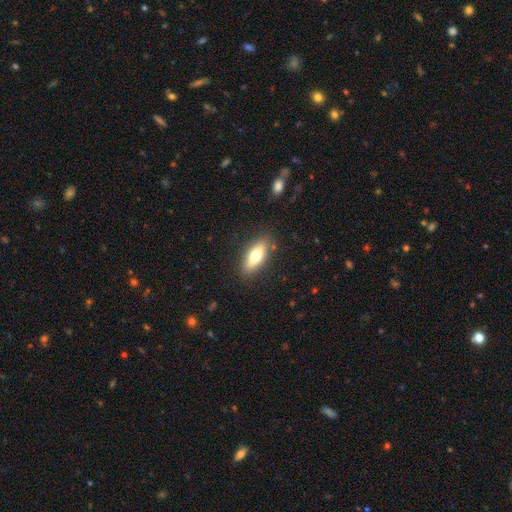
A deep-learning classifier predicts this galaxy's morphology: The model was most divided on "how rounded": in between: 68%, cigar-shaped: 30%, round: 3%. More confident: merging — none (86%); smooth or featured — smooth (69%).